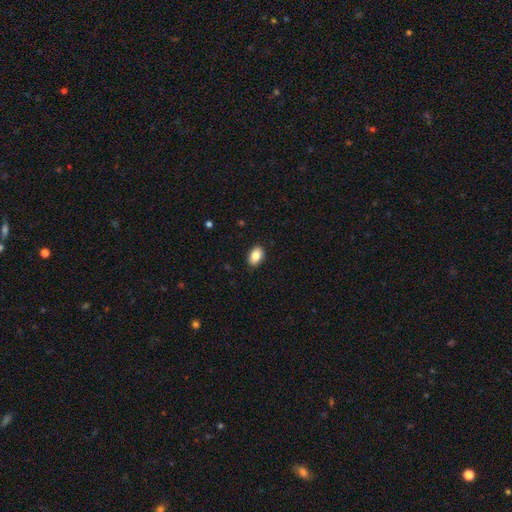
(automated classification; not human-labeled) smooth_or_featured: smooth (p=0.84) [alt: featured or disk p=0.08]
how_rounded: in between (p=0.88) [alt: round p=0.10]
merging: none (p=0.89) [alt: minor disturbance p=0.08]